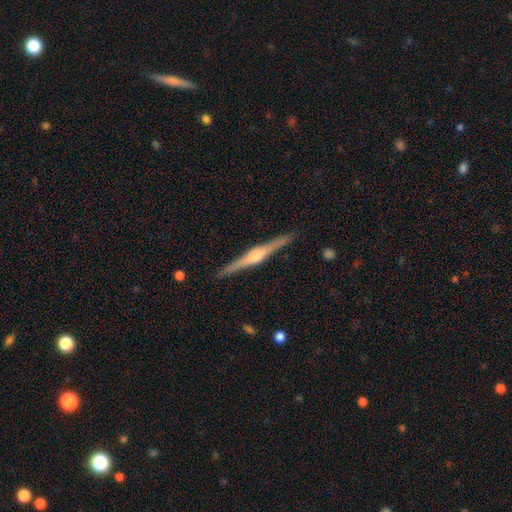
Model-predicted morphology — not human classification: A featured or disk galaxy (86%) viewed edge-on (99%) with a rounded central bulge (79%). Merging: none (92%).